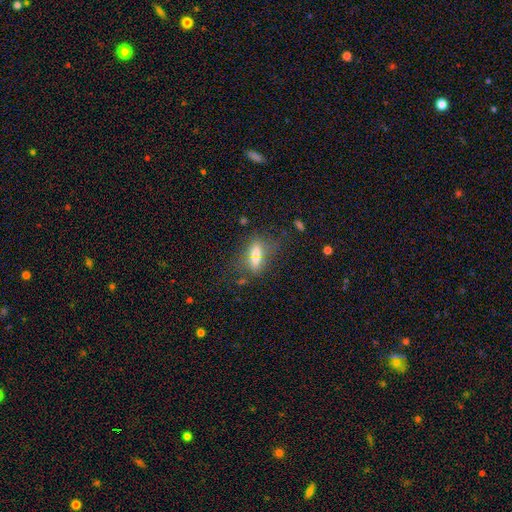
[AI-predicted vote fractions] Smooth or featured: smooth — 60% (featured or disk — 23%)
How rounded: in between — 68% (round — 17%)
Merging: none — 52% (merger — 22%)